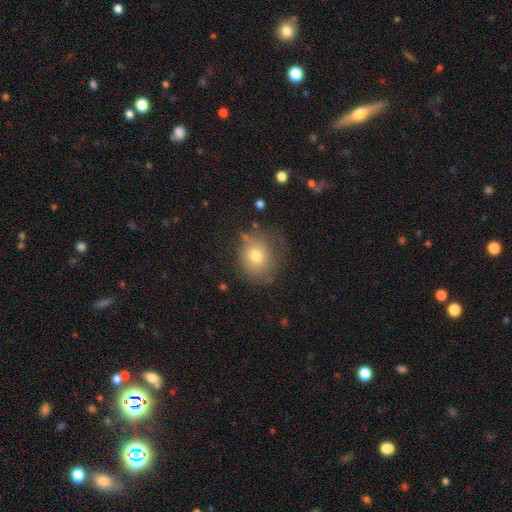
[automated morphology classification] Smooth or featured? Predicted: smooth (p=0.74). How rounded? Predicted: round (p=0.76). Merging? Predicted: none (p=0.63).